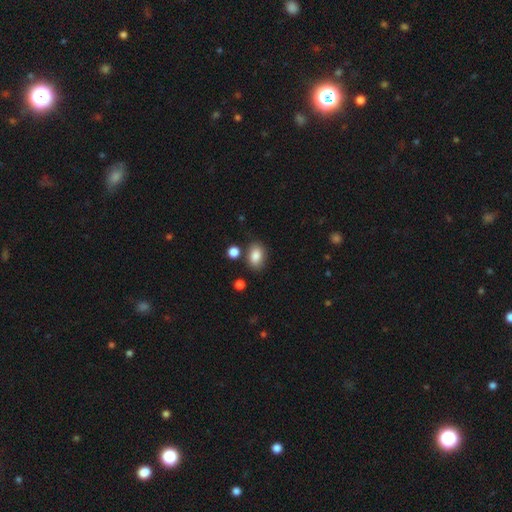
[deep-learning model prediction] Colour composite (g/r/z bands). It shows a smooth galaxy with no disk features (85%) that is in between round and cigar-shaped (82%). Merging: none (77%).